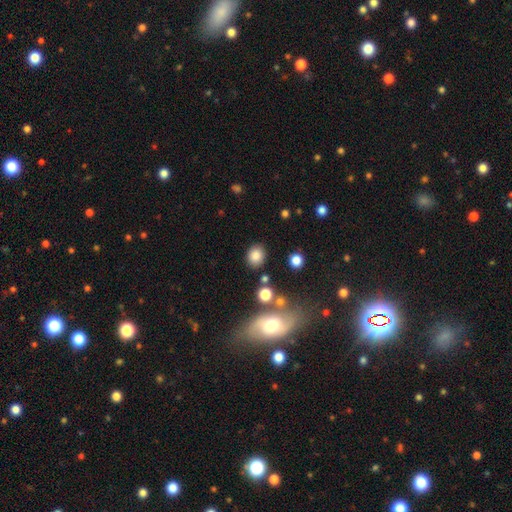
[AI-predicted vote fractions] smooth 83%, star or artifact 11%, featured or disk 6%. Down the decision tree: how rounded — round (63%); merging — none (81%).